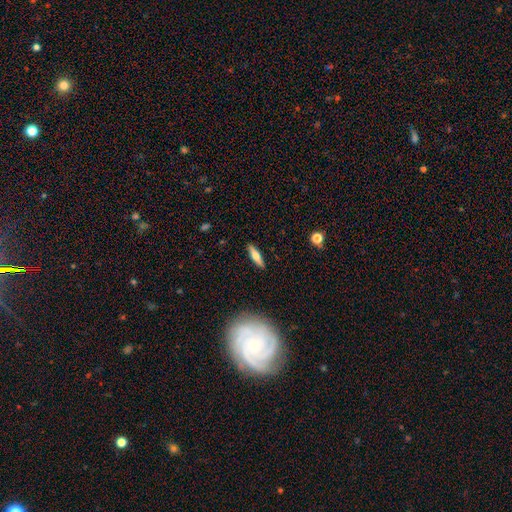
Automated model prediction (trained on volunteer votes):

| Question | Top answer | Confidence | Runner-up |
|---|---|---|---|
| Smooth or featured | smooth | 53% | featured or disk (41%) |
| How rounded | cigar-shaped | 70% | in between (28%) |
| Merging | none | 89% | minor disturbance (7%) |